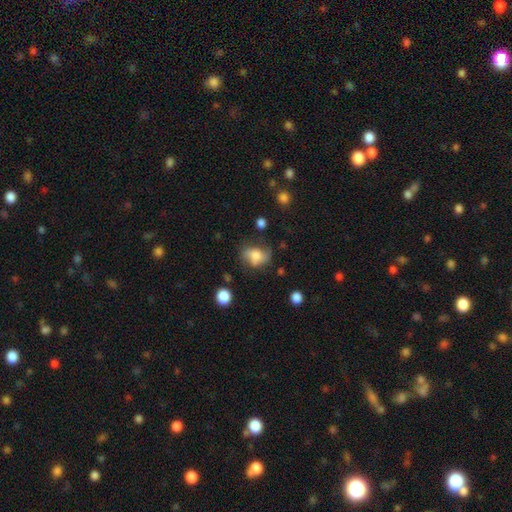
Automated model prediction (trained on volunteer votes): Smooth or featured?
  - smooth: 61% *
  - featured or disk: 29%
  - star or artifact: 11%
How rounded?
  - in between: 65% *
  - round: 33%
  - cigar-shaped: 2%
Merging?
  - none: 50% *
  - minor disturbance: 29%
  - major disturbance: 16%
  - merger: 5%